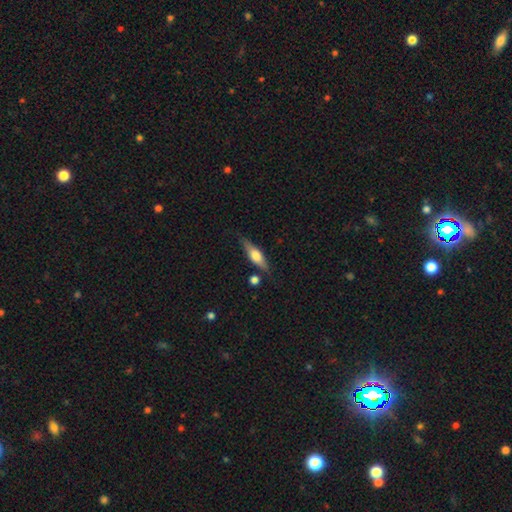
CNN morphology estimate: Q: Smooth or featured?
A: featured or disk (48%); runner-up: smooth (46%)
Q: Merging?
A: none (77%); runner-up: minor disturbance (15%)